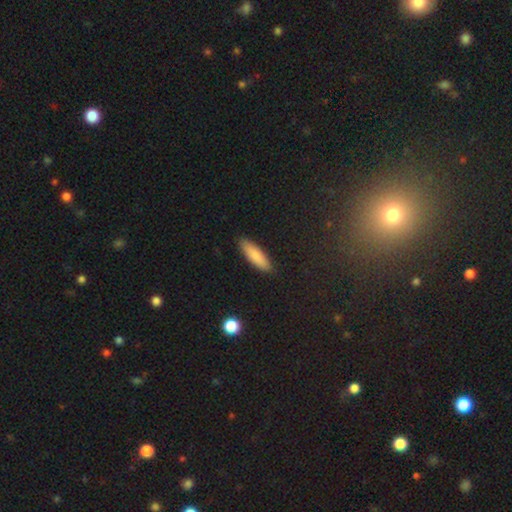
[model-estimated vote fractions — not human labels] This is clearly a smooth galaxy (84%). How rounded: possibly cigar-shaped (55%). Merging: clearly none (89%).